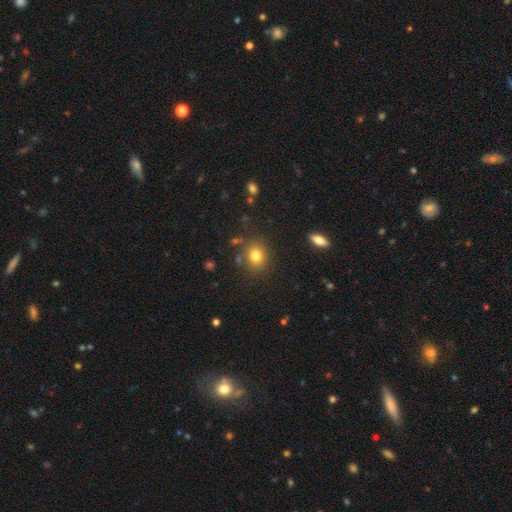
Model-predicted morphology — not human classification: Smooth or featured: smooth — 80% (star or artifact — 12%)
How rounded: round — 72% (in between — 27%)
Merging: none — 82% (minor disturbance — 10%)